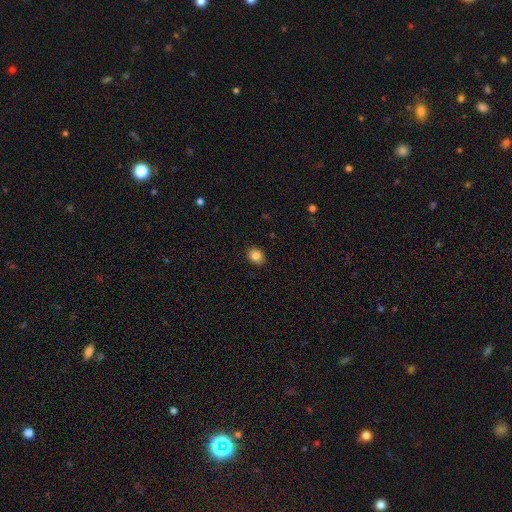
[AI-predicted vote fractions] Smooth or featured?
  - smooth: 85% *
  - star or artifact: 10%
  - featured or disk: 5%
How rounded?
  - round: 56% *
  - in between: 43%
  - cigar-shaped: 1%
Merging?
  - none: 89% *
  - minor disturbance: 8%
  - major disturbance: 2%
  - merger: 1%